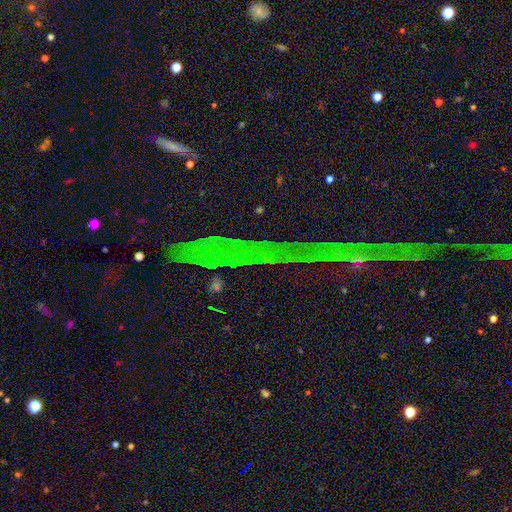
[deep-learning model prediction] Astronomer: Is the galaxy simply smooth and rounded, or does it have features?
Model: star or artifact — 86%.